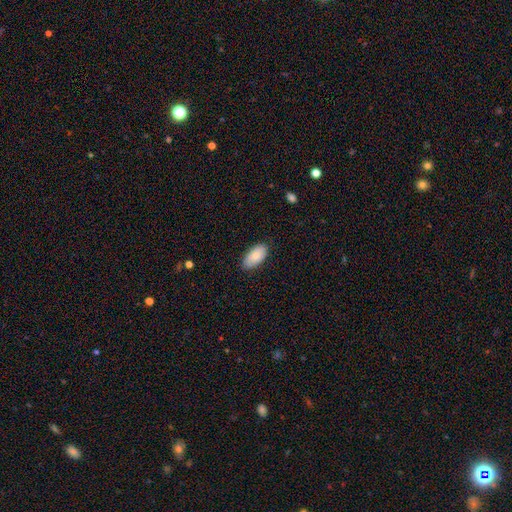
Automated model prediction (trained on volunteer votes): Morphology: type=smooth (85%); roundness=in between (94%); merging=none (82%).